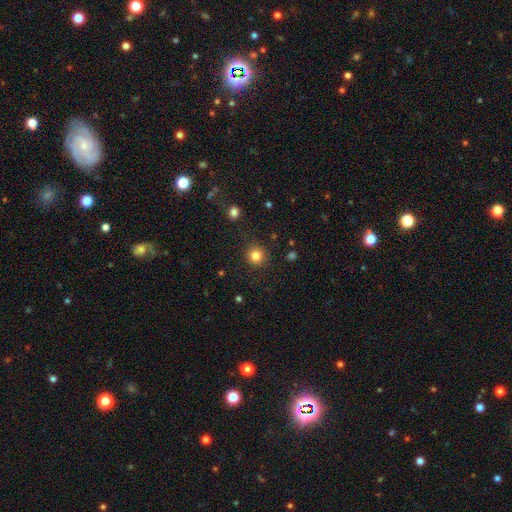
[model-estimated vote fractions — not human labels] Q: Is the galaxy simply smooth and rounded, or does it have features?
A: smooth — 82%.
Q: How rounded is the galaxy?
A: round — 94%.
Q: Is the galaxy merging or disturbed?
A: none — 89%.